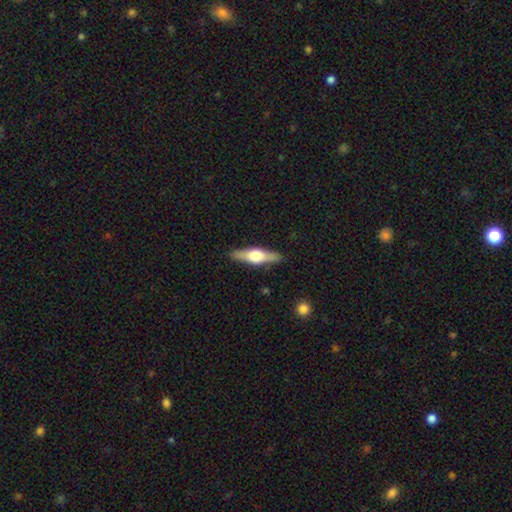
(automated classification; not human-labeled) The model was most divided on "smooth or featured": featured or disk: 62%, smooth: 33%, star or artifact: 5%. More confident: edge-on disk — yes (95%); edge-on bulge — rounded (93%); merging — none (89%).